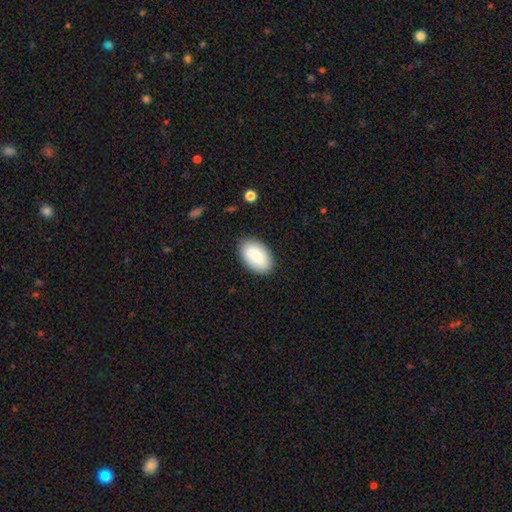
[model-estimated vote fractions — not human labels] Smooth or featured: smooth — 84% (featured or disk — 10%)
How rounded: in between — 93% (round — 6%)
Merging: none — 84% (minor disturbance — 12%)